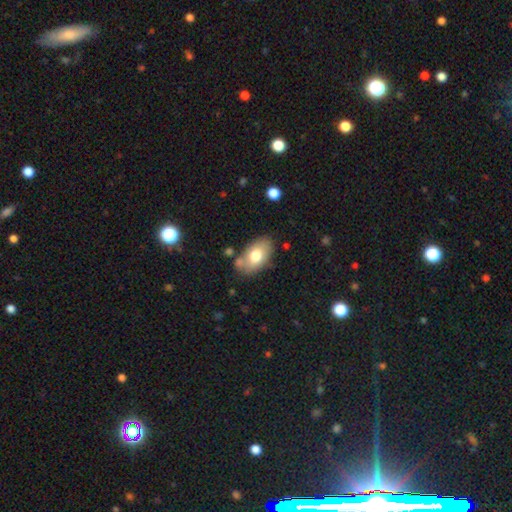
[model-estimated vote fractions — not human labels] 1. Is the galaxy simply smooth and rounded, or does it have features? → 72% smooth, 21% featured or disk, 7% star or artifact.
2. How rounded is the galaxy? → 93% in between, 6% round, 2% cigar-shaped.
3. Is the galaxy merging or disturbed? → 70% none, 18% minor disturbance, 8% merger, 5% major disturbance.